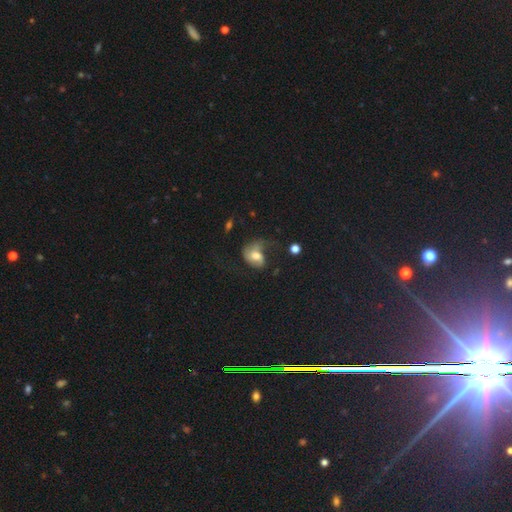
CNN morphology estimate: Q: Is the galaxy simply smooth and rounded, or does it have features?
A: featured or disk — 48%.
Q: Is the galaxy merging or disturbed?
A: major disturbance — 40%.